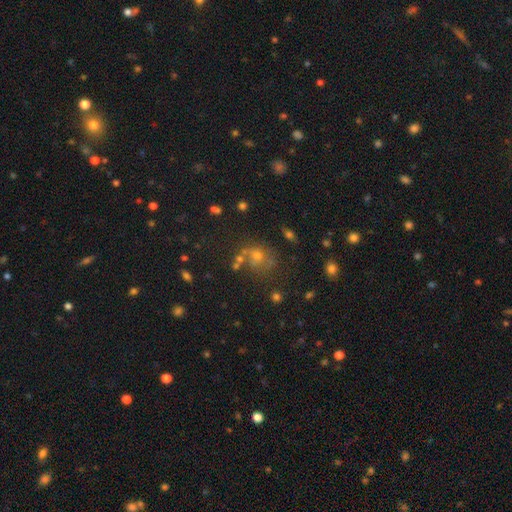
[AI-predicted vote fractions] Smooth or featured: smooth — 48% (star or artifact — 33%)
Merging: none — 57% (merger — 18%)